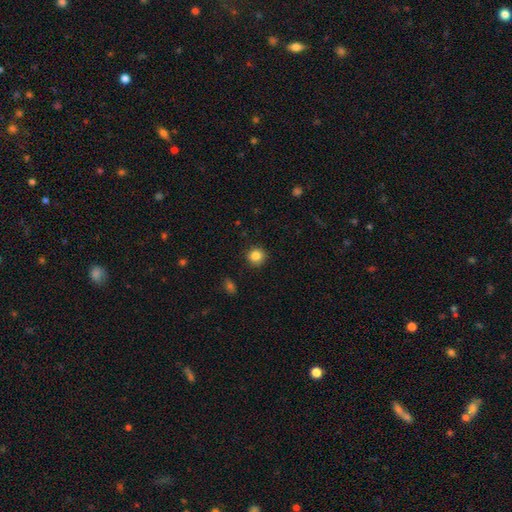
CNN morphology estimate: smooth 85%, star or artifact 10%, featured or disk 4%. Down the decision tree: how rounded — round (93%); merging — none (91%).